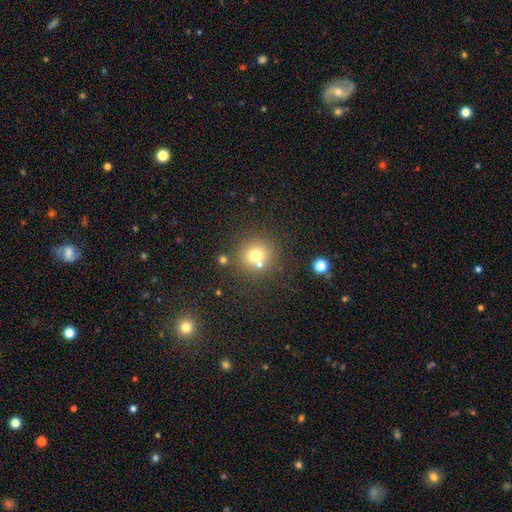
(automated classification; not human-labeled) Morphology: type=smooth (71%); roundness=round (91%); merging=none (70%).